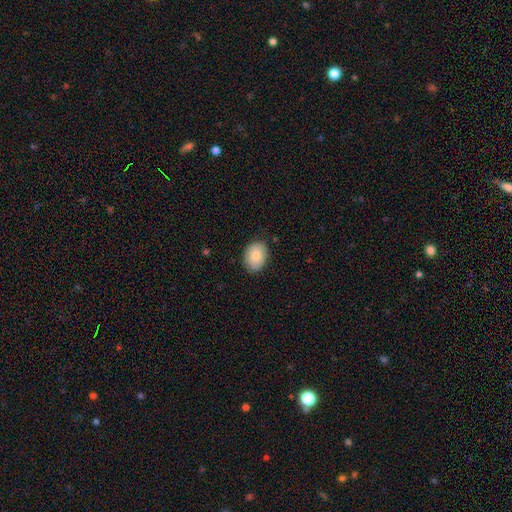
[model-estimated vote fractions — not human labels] smooth_or_featured: smooth (p=0.86) [alt: featured or disk p=0.07]
how_rounded: in between (p=0.74) [alt: round p=0.25]
merging: none (p=0.83) [alt: minor disturbance p=0.13]